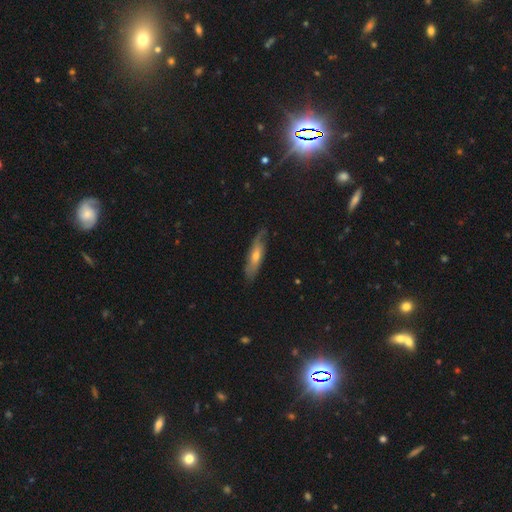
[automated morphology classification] Q: Smooth or featured?
A: featured or disk (54%); runner-up: smooth (38%)
Q: Edge-on disk?
A: yes (51%); runner-up: no (49%)
Q: Merging?
A: none (72%); runner-up: minor disturbance (21%)